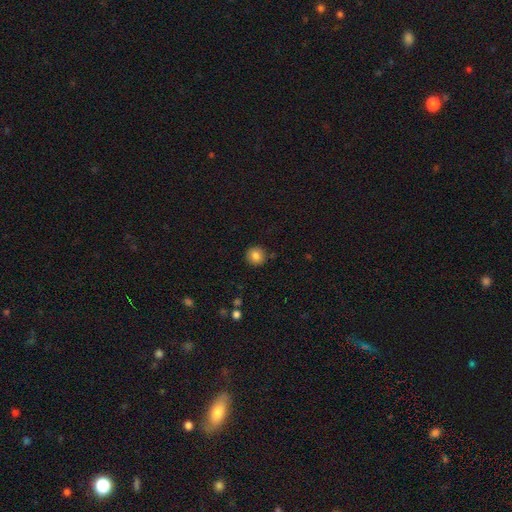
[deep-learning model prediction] Overall: smooth (83%). How rounded: round (93%). Merging: none (88%).